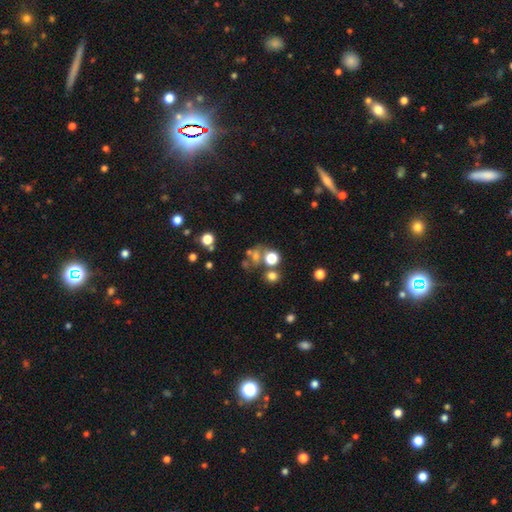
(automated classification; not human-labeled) Morphology: type=smooth (52%); roundness=round (77%); merging=none (55%).